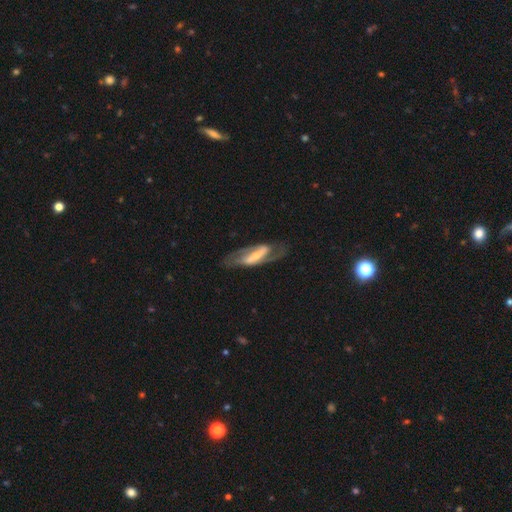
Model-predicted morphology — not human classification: smooth-or-featured: featured or disk: 81% | smooth: 14% | star or artifact: 5%
  disk-edge-on: no: 88% | yes: 12%
    bar: strong: 68% | weak: 21% | no: 10%
    has-spiral-arms: yes: 85% | no: 15%
      spiral-winding: medium: 48% | loose: 29% | tight: 23%
      spiral-arm-count: 2: 87% | can't tell: 7% | 1: 3% | 3: 1% | 4: 1% | more than 4: 1%
    bulge-size: small: 54% | moderate: 35% | large: 6% | none: 4% | dominant: 1%
  merging: none: 72% | minor disturbance: 16% | major disturbance: 11% | merger: 2%